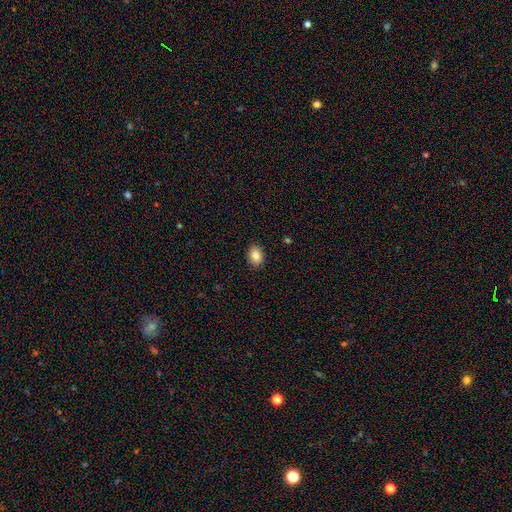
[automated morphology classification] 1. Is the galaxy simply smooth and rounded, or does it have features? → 86% smooth, 8% star or artifact, 6% featured or disk.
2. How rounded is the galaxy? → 69% in between, 30% round, 1% cigar-shaped.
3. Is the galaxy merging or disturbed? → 89% none, 8% minor disturbance, 2% major disturbance, 1% merger.